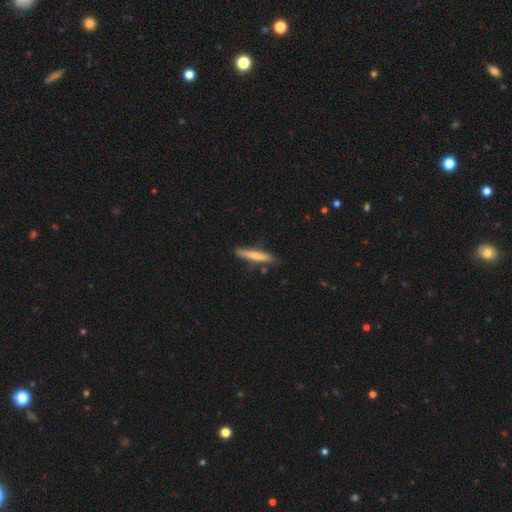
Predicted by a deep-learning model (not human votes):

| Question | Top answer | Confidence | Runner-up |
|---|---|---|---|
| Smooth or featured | smooth | 64% | featured or disk (30%) |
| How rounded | cigar-shaped | 93% | in between (6%) |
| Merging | none | 83% | minor disturbance (12%) |